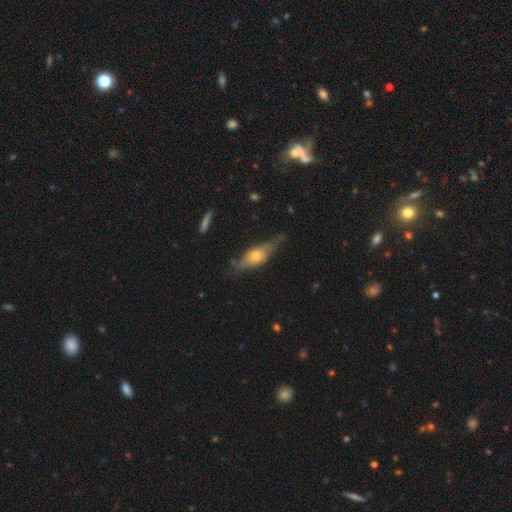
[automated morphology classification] type=featured or disk (56%); edge-on=yes (73%); merging=none (56%).